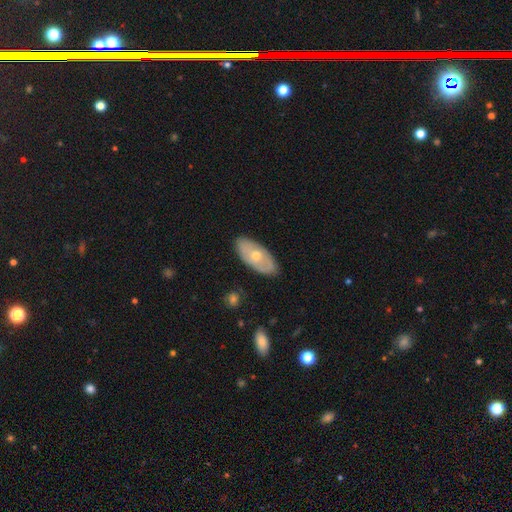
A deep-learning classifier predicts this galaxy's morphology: Smooth or featured? Predicted: featured or disk (p=0.49). Merging? Predicted: none (p=0.84).